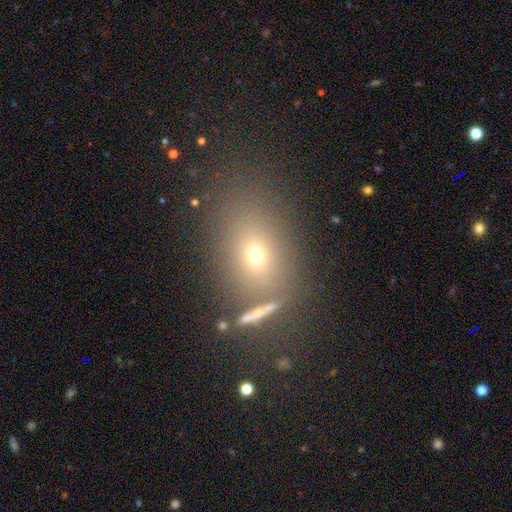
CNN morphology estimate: Smooth or featured?
  - smooth: 61% *
  - star or artifact: 23%
  - featured or disk: 16%
How rounded?
  - in between: 65% *
  - round: 32%
  - cigar-shaped: 4%
Merging?
  - none: 68% *
  - minor disturbance: 12%
  - merger: 12%
  - major disturbance: 7%